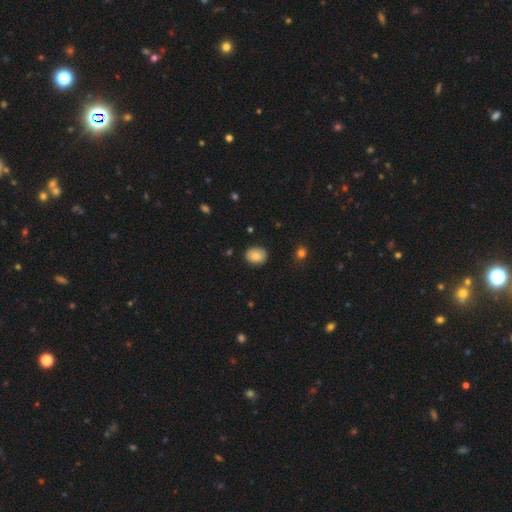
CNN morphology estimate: The model was most divided on "how rounded": round: 53%, in between: 46%, cigar-shaped: 1%. More confident: merging — none (86%); smooth or featured — smooth (84%).